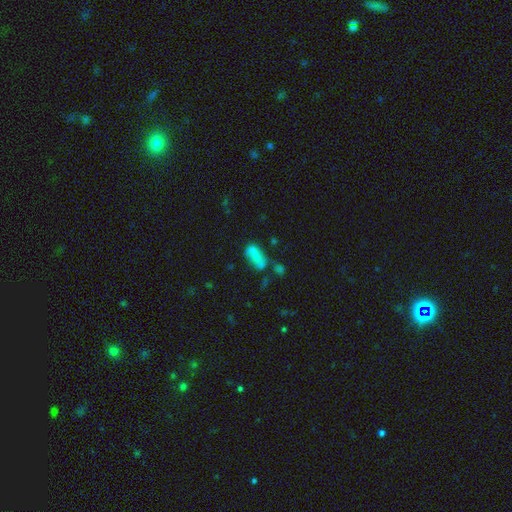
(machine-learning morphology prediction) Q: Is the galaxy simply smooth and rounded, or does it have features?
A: smooth — 70%.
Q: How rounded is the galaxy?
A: in between — 85%.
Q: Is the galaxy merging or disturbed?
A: none — 35%.